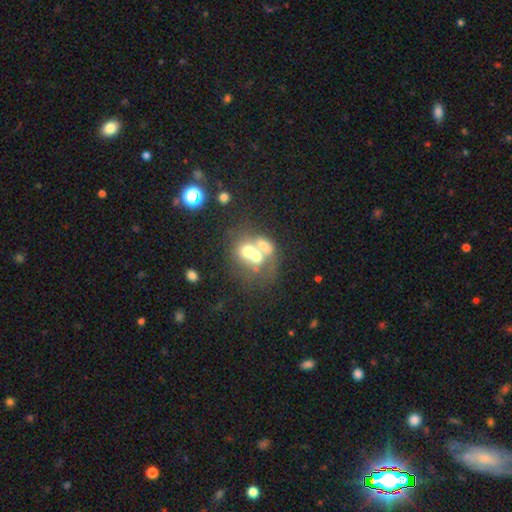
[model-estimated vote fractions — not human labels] Morphology: type=smooth (49%); merging=merger (67%).